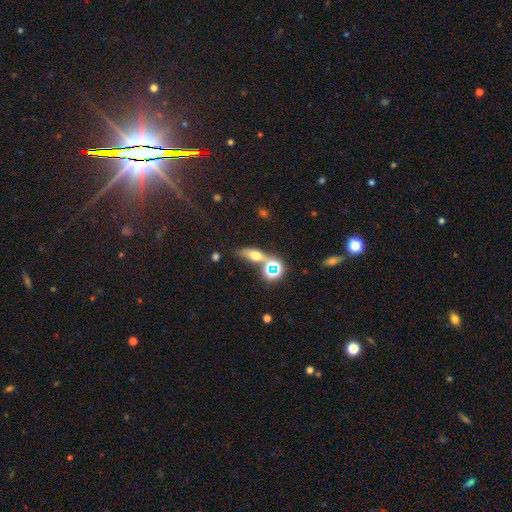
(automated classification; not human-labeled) Overall: smooth (52%; featured or disk 26%). How rounded: in between (51%; cigar-shaped 31%). Merging: none (59%; merger 21%).